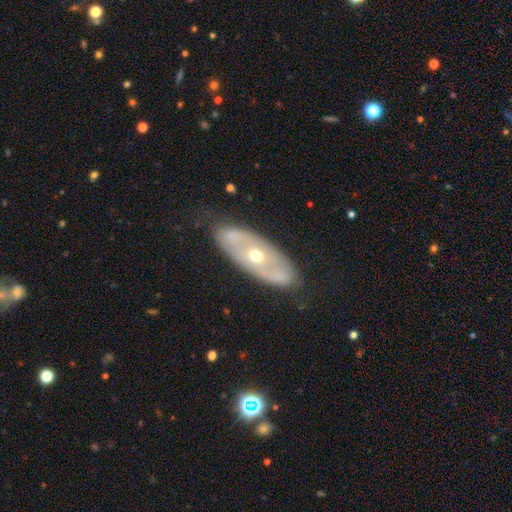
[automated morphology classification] smooth_or_featured: featured or disk (p=0.66) [alt: smooth p=0.28]
disk_edge_on: no (p=0.80) [alt: yes p=0.20]
bar: no (p=0.86) [alt: weak p=0.10]
has_spiral_arms: no (p=0.74) [alt: yes p=0.26]
bulge_size: moderate (p=0.63) [alt: small p=0.32]
merging: none (p=0.79) [alt: minor disturbance p=0.15]